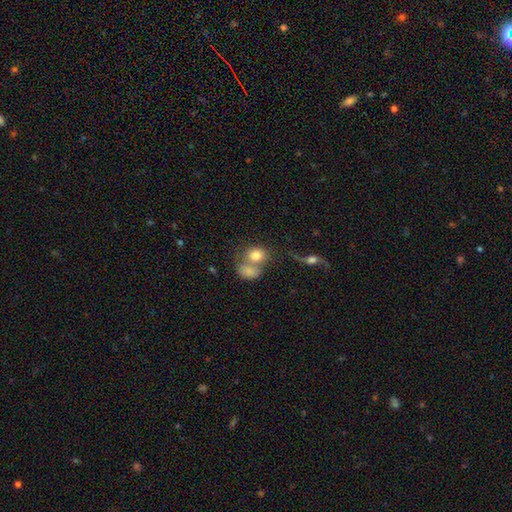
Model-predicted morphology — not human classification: This appears to be a smooth galaxy with no disk features (76%) that is round (58%). Merging: merger (52%).